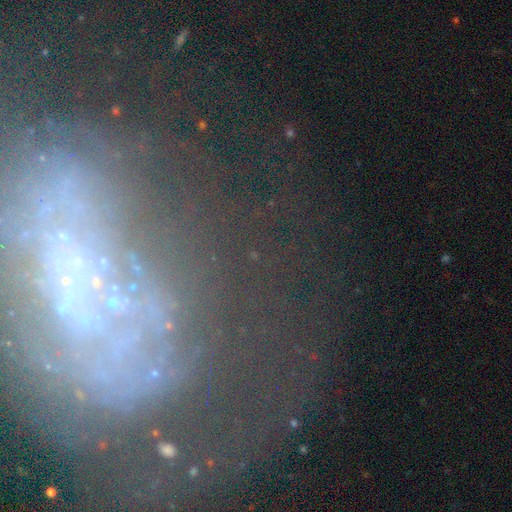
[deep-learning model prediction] A featured or disk galaxy (58%) with no bar (74%), no spiral arms (54%) and no central bulge (43%).

Vote fractions:
- Smooth or featured? featured or disk: 58% / star or artifact: 25% / smooth: 17%
- Edge-on disk? no: 93% / yes: 7%
- Bar? no: 74% / weak: 16% / strong: 10%
- Spiral arms? no: 54% / yes: 46%
- Bulge size? none: 43% / small: 37% / moderate: 13% / large: 4% / dominant: 3%
- Merging? none: 52% / major disturbance: 23% / minor disturbance: 18% / merger: 6%